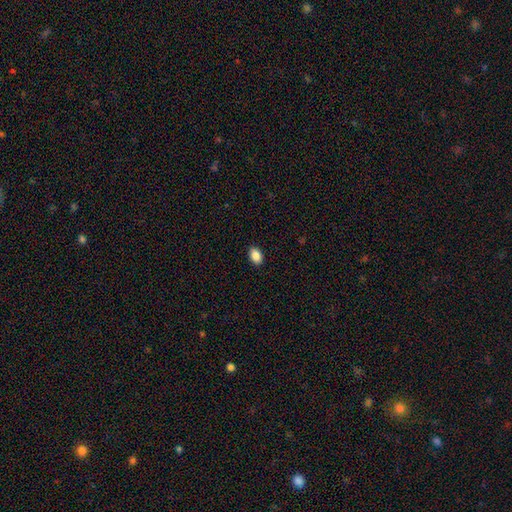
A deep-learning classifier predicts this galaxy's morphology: A smooth galaxy with no disk features (88%) that is in between round and cigar-shaped (85%).

Vote fractions:
- Smooth or featured? smooth: 88% / star or artifact: 8% / featured or disk: 4%
- How rounded? in between: 85% / round: 14% / cigar-shaped: 1%
- Merging? none: 90% / minor disturbance: 7% / major disturbance: 2% / merger: 1%